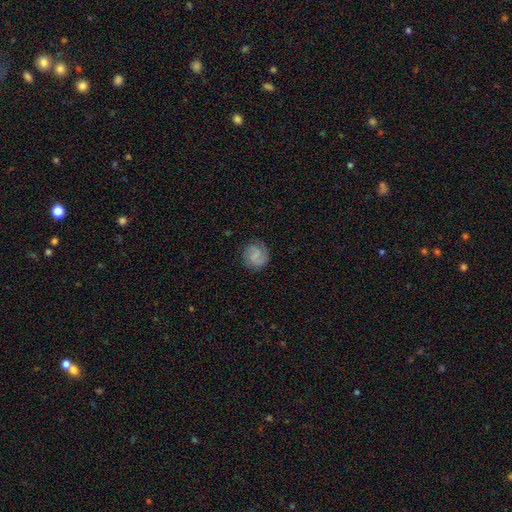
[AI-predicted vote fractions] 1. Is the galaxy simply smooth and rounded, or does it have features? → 55% smooth, 37% featured or disk, 8% star or artifact.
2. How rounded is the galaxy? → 88% round, 11% in between, 1% cigar-shaped.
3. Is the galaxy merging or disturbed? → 83% none, 12% minor disturbance, 4% major disturbance, 1% merger.